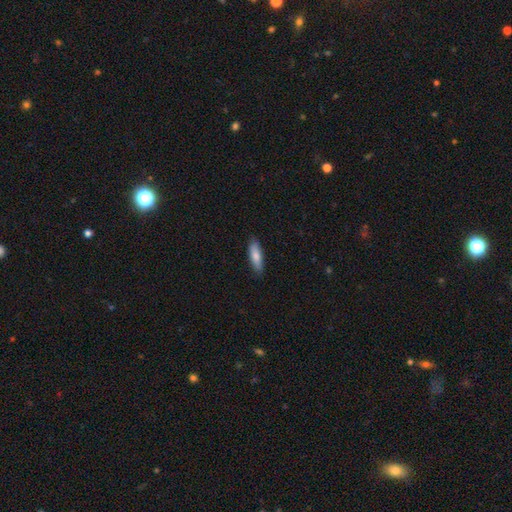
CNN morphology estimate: smooth 79%, featured or disk 16%, star or artifact 6%. Down the decision tree: how rounded — cigar-shaped (57%); merging — none (87%).